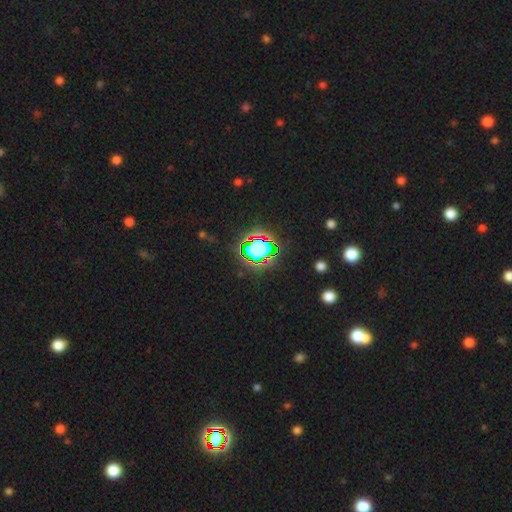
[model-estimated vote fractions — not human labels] Smooth or featured: star or artifact — 81% (smooth — 12%)